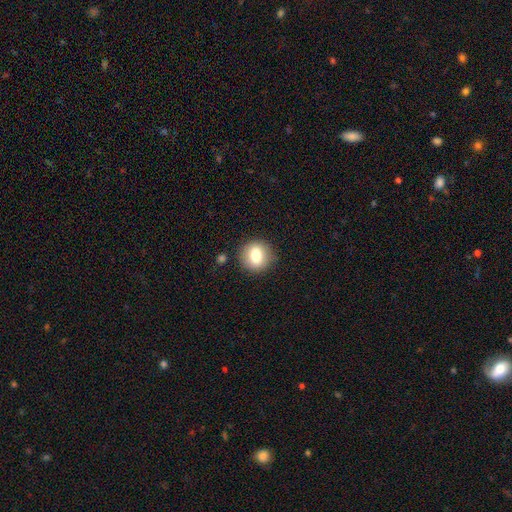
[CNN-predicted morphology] The model was most divided on "smooth or featured": smooth: 75%, featured or disk: 16%, star or artifact: 9%. More confident: merging — none (86%); how rounded — round (81%).